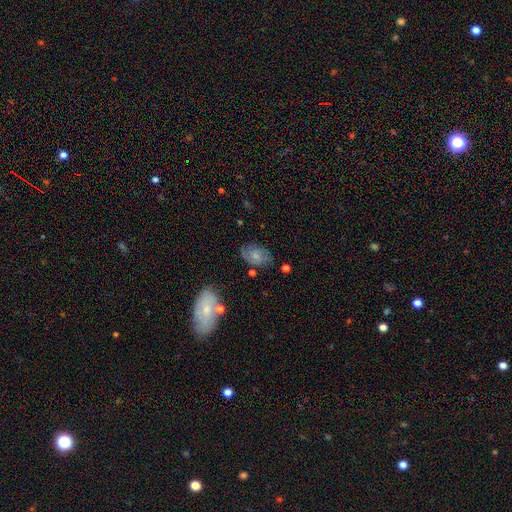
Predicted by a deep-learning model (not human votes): The model was most divided on "smooth or featured": smooth: 52%, featured or disk: 39%, star or artifact: 9%. More confident: how rounded — in between (85%); merging — none (70%).